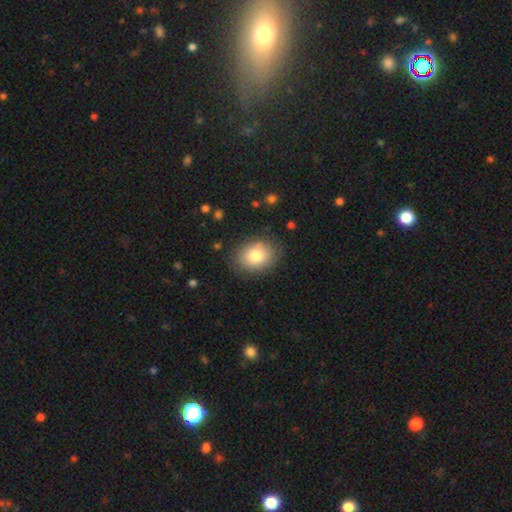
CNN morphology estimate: This appears to be a smooth galaxy with no disk features (82%) that is in between round and cigar-shaped (59%). Merging: none (83%).